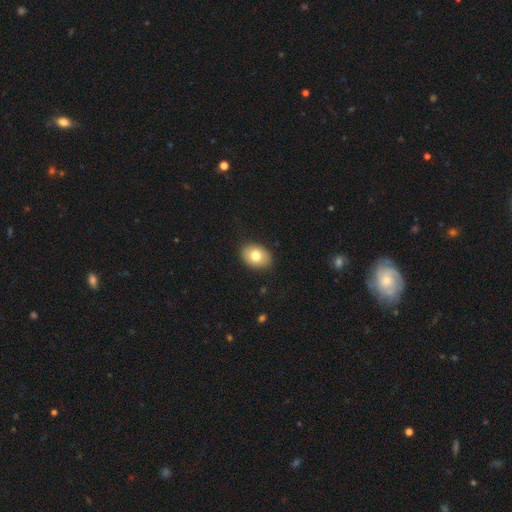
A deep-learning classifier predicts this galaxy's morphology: Smooth or featured?
  - smooth: 78% *
  - featured or disk: 14%
  - star or artifact: 8%
How rounded?
  - in between: 75% *
  - round: 24%
  - cigar-shaped: 1%
Merging?
  - none: 89% *
  - minor disturbance: 8%
  - major disturbance: 2%
  - merger: 1%